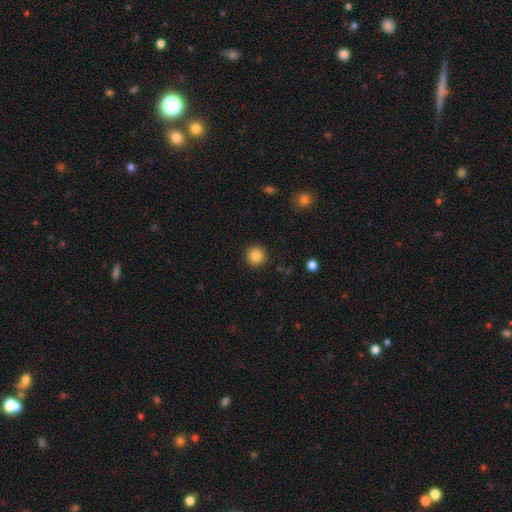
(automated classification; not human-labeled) This appears to be a smooth galaxy with no disk features (85%) that is round (95%). Merging: none (92%).